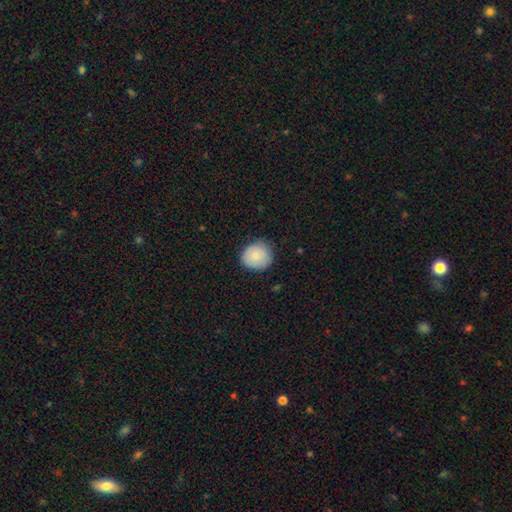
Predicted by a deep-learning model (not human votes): This is likely a smooth galaxy (78%). How rounded: clearly round (84%). Merging: clearly none (81%).